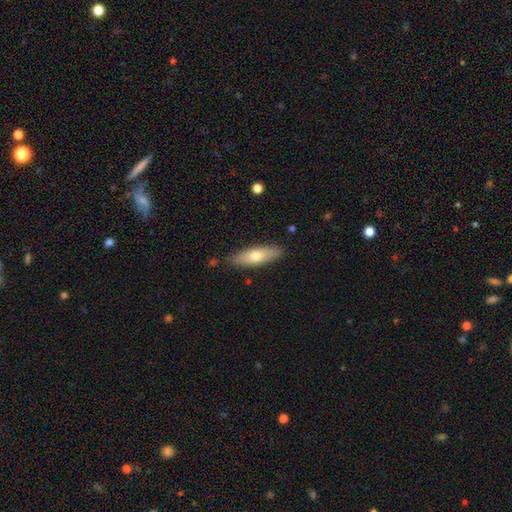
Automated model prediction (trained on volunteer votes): The model was most divided on "how rounded": cigar-shaped: 52%, in between: 46%, round: 2%. More confident: merging — none (84%); smooth or featured — smooth (66%).